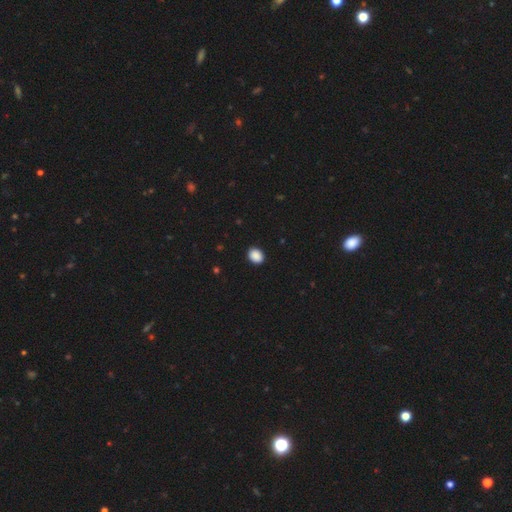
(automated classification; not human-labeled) Smooth or featured? Predicted: smooth (p=0.89). How rounded? Predicted: in between (p=0.52). Merging? Predicted: none (p=0.91).